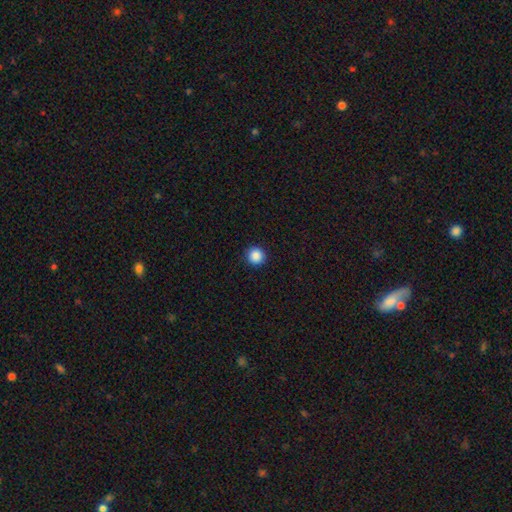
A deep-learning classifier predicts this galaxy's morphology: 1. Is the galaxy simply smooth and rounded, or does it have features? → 88% smooth, 10% star or artifact, 3% featured or disk.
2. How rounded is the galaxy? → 95% round, 4% in between, 1% cigar-shaped.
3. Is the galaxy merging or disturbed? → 93% none, 5% minor disturbance, 2% major disturbance, 1% merger.